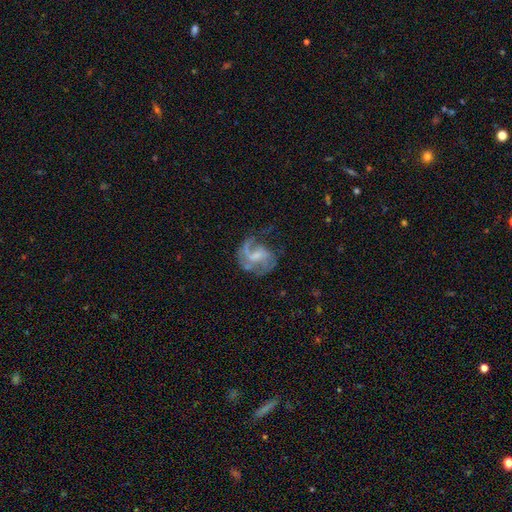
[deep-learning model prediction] Overall: featured or disk (77%). Edge-on disk: no (98%). Bar: weak (51%; no 35%). Spiral arms: yes (87%). Spiral arm count: 2 (52%; 1 27%). Spiral winding: medium (44%; loose 40%). Bulge size: small (37%; moderate 30%). Merging: none (47%; major disturbance 29%).